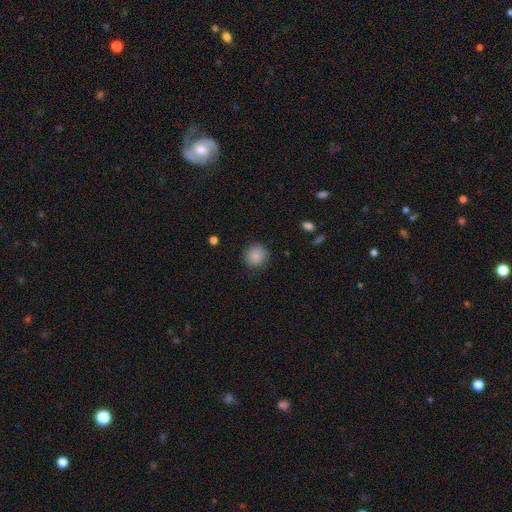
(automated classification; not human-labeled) Smooth or featured?
  - smooth: 86% *
  - star or artifact: 8%
  - featured or disk: 6%
How rounded?
  - round: 90% *
  - in between: 9%
  - cigar-shaped: 1%
Merging?
  - none: 83% *
  - minor disturbance: 12%
  - major disturbance: 4%
  - merger: 1%